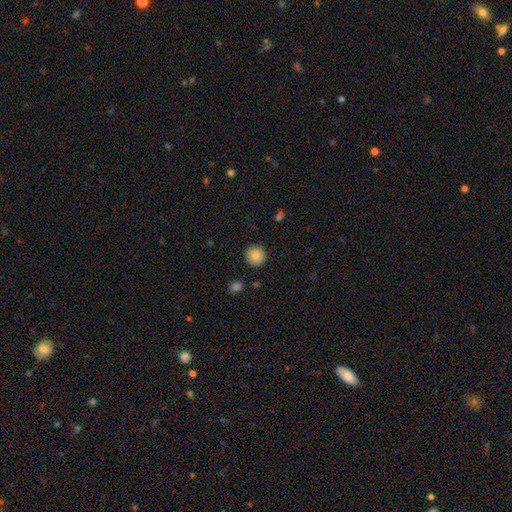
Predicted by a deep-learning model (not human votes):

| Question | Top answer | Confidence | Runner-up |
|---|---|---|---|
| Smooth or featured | smooth | 87% | star or artifact (8%) |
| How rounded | round | 94% | in between (5%) |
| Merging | none | 91% | minor disturbance (6%) |